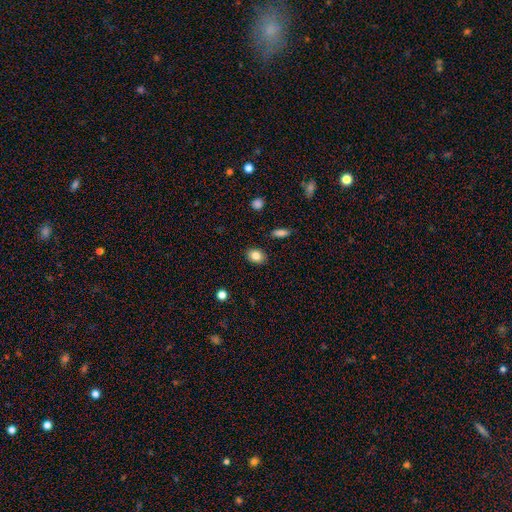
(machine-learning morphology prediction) The model was most divided on "how rounded": in between: 62%, round: 37%, cigar-shaped: 1%. More confident: merging — none (88%); smooth or featured — smooth (83%).